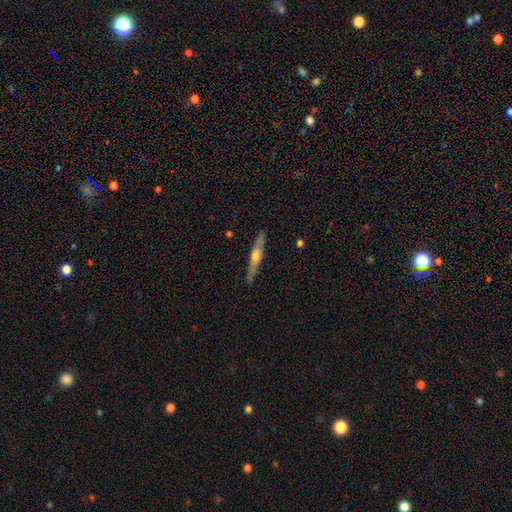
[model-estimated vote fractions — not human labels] Morphology: type=featured or disk (65%); edge-on=yes (95%); edge-on bulge=rounded (88%); merging=none (88%).